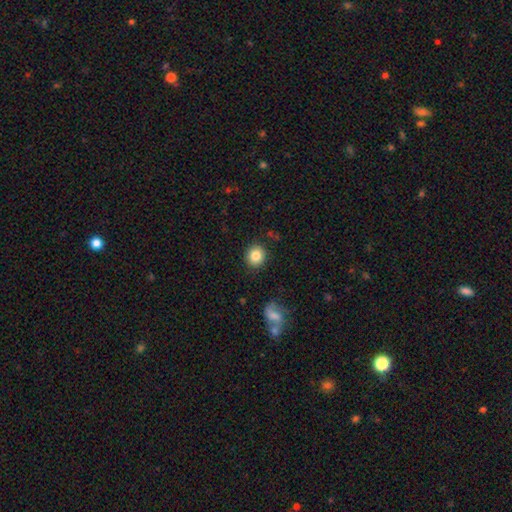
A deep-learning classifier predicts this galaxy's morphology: This is clearly a smooth galaxy (84%). How rounded: clearly round (86%). Merging: clearly none (89%).